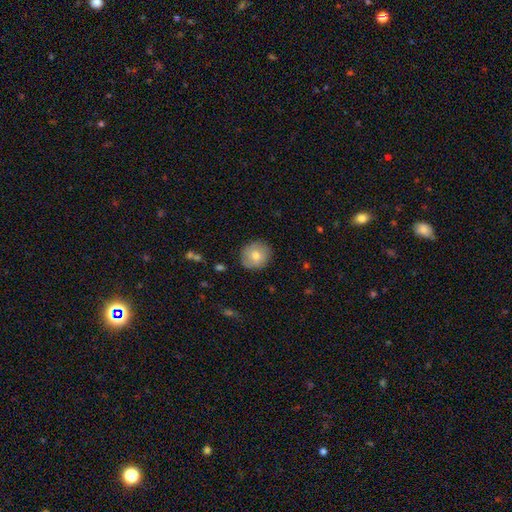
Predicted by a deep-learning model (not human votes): This is likely a smooth galaxy (70%). How rounded: clearly round (86%). Merging: clearly none (84%).